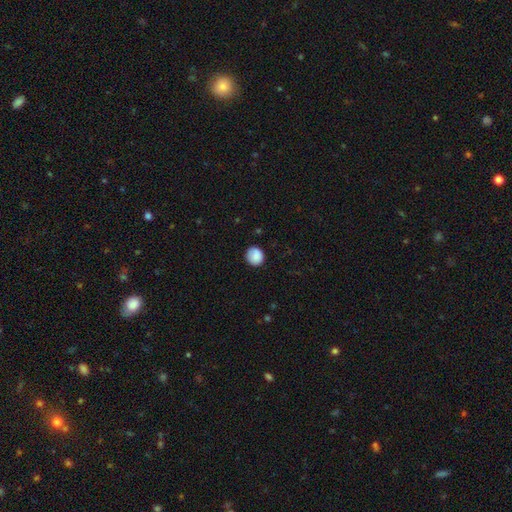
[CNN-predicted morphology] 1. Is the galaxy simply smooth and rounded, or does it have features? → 86% smooth, 8% star or artifact, 6% featured or disk.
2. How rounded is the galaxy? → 86% round, 13% in between, 1% cigar-shaped.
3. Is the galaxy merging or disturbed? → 81% none, 15% minor disturbance, 3% major disturbance, 1% merger.